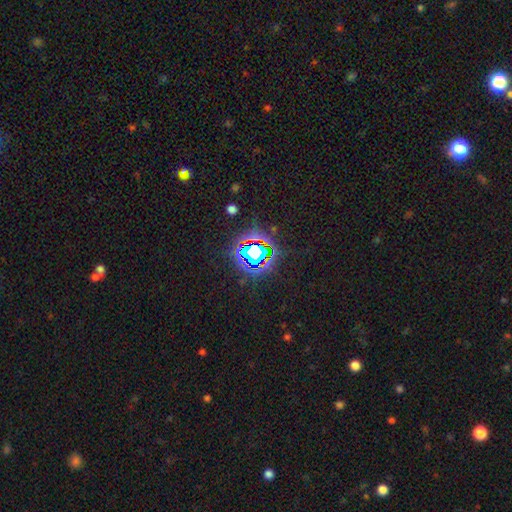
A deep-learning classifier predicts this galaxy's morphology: smooth-or-featured: star or artifact: 81% | smooth: 11% | featured or disk: 8%